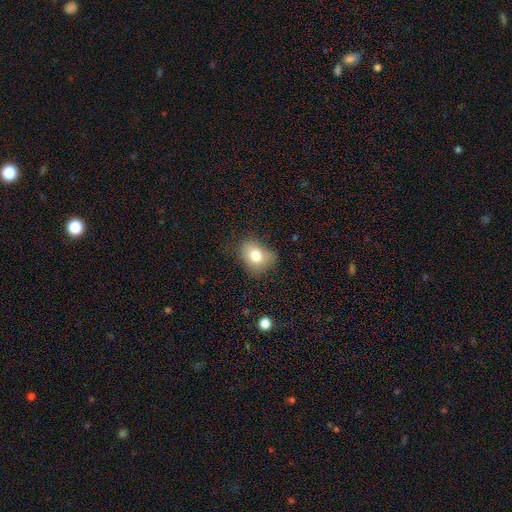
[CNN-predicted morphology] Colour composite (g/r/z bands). It shows a smooth galaxy with no disk features (76%) that is in between round and cigar-shaped (60%). Merging: none (61%).